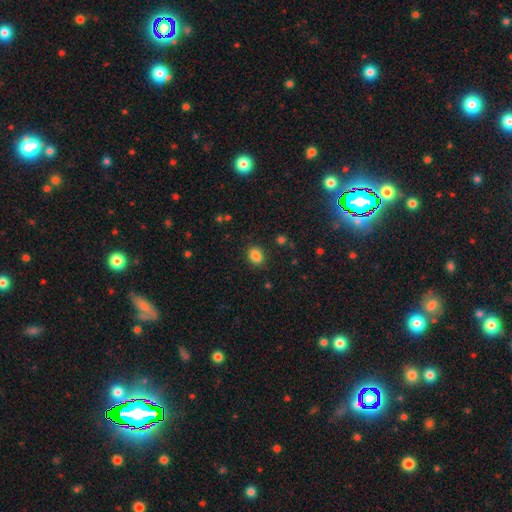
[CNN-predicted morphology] This is clearly a smooth galaxy (86%). How rounded: likely in between (62%). Merging: clearly none (85%).